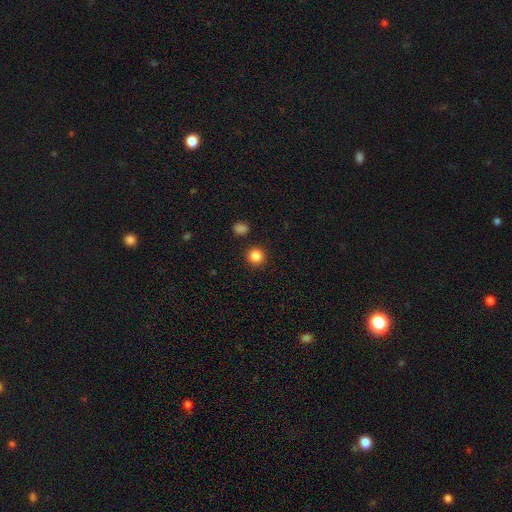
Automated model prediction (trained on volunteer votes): Smooth or featured? Predicted: smooth (p=0.86). How rounded? Predicted: round (p=0.93). Merging? Predicted: none (p=0.90).